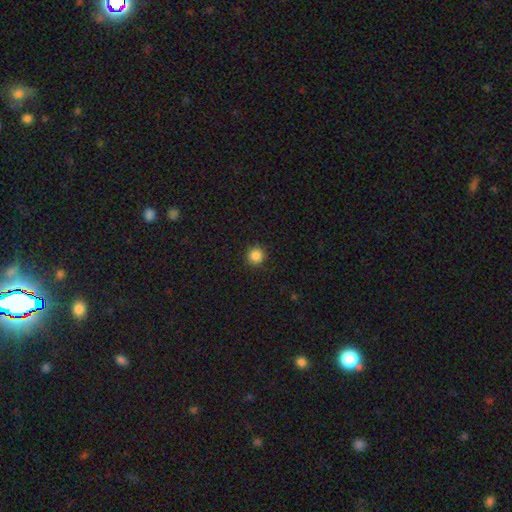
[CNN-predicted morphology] Smooth or featured? Predicted: smooth (p=0.86). How rounded? Predicted: round (p=0.95). Merging? Predicted: none (p=0.90).